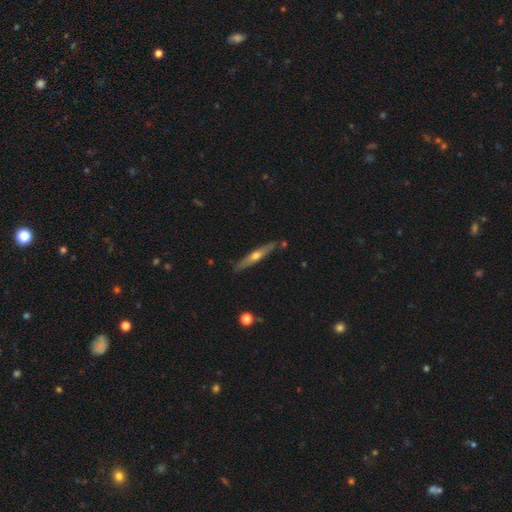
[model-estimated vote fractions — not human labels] The model was most divided on "smooth or featured": featured or disk: 64%, smooth: 30%, star or artifact: 6%. More confident: edge-on disk — yes (94%); edge-on bulge — rounded (87%); merging — none (85%).